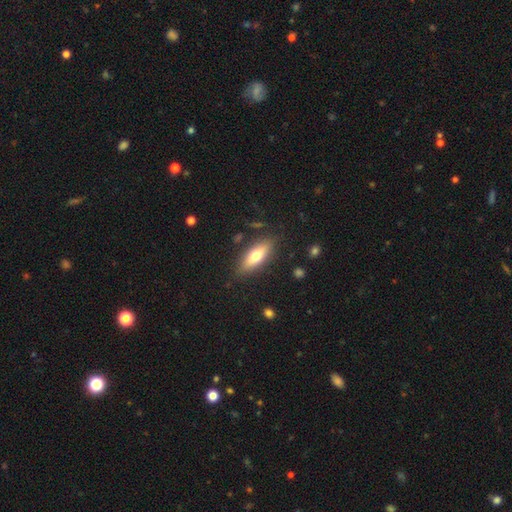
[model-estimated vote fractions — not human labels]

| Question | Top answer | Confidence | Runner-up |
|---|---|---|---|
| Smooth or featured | smooth | 60% | featured or disk (34%) |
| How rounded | in between | 59% | cigar-shaped (38%) |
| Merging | none | 84% | minor disturbance (11%) |